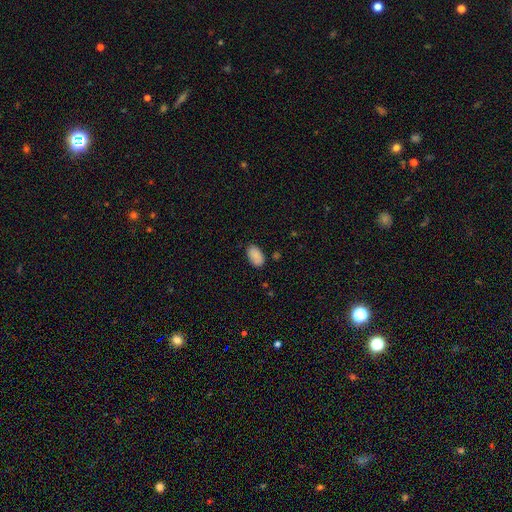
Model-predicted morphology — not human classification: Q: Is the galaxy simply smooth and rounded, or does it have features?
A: smooth — 88%.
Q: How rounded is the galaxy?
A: in between — 94%.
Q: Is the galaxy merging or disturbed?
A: none — 82%.